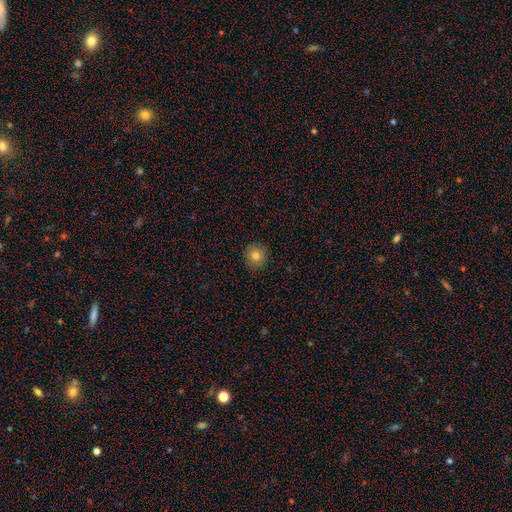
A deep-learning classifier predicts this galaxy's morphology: smooth-or-featured: smooth: 79% | star or artifact: 11% | featured or disk: 10%
  how-rounded: round: 93% | in between: 6% | cigar-shaped: 1%
  merging: none: 90% | minor disturbance: 7% | major disturbance: 2% | merger: 1%